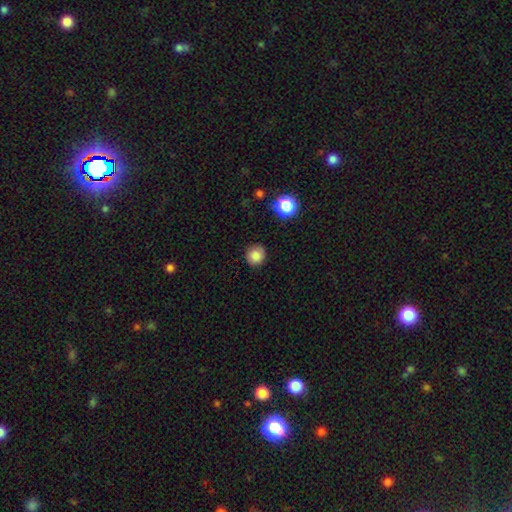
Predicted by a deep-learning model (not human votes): Smooth or featured?
  - smooth: 84% *
  - star or artifact: 11%
  - featured or disk: 4%
How rounded?
  - round: 92% *
  - in between: 7%
  - cigar-shaped: 1%
Merging?
  - none: 88% *
  - minor disturbance: 8%
  - major disturbance: 2%
  - merger: 1%